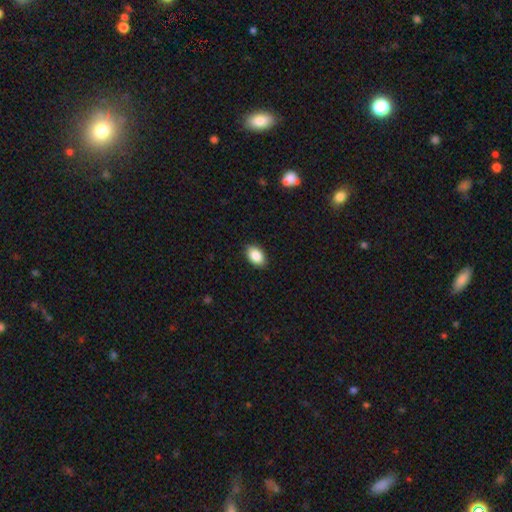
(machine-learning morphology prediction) A smooth galaxy with no disk features (88%) that is in between round and cigar-shaped (90%).

Vote fractions:
- Smooth or featured? smooth: 88% / star or artifact: 7% / featured or disk: 5%
- How rounded? in between: 90% / round: 9% / cigar-shaped: 1%
- Merging? none: 89% / minor disturbance: 8% / major disturbance: 2% / merger: 1%